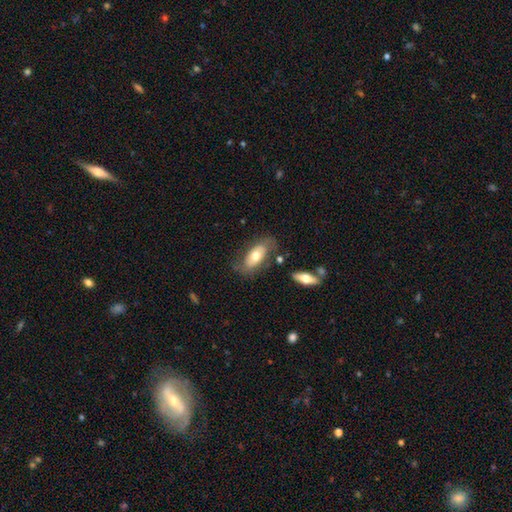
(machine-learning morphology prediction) Smooth or featured? Predicted: smooth (p=0.59). How rounded? Predicted: in between (p=0.87). Merging? Predicted: none (p=0.66).